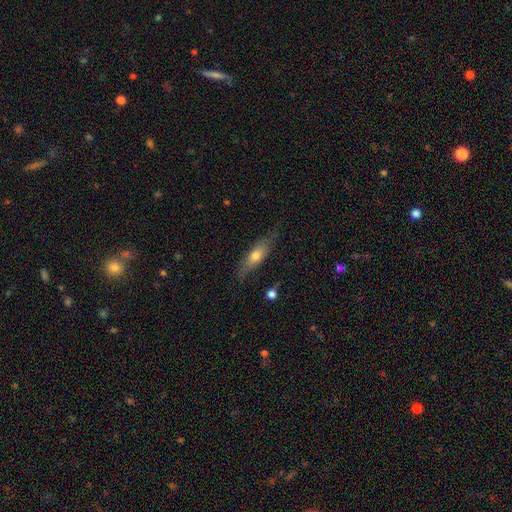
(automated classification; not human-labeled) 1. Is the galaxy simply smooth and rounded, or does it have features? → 56% smooth, 37% featured or disk, 7% star or artifact.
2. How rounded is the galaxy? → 50% cigar-shaped, 47% in between, 3% round.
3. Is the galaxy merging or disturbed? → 69% none, 22% minor disturbance, 6% major disturbance, 3% merger.